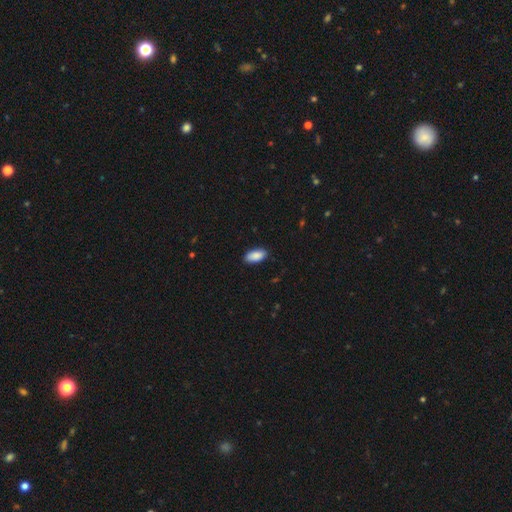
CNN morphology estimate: smooth-or-featured: smooth: 89% | star or artifact: 6% | featured or disk: 5%
  how-rounded: in between: 92% | cigar-shaped: 6% | round: 2%
  merging: none: 88% | minor disturbance: 9% | major disturbance: 2% | merger: 1%